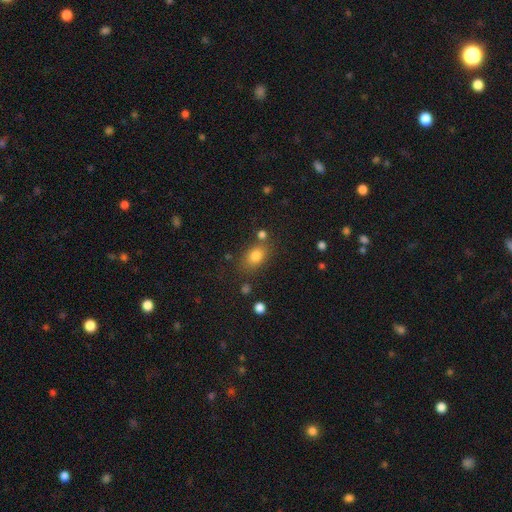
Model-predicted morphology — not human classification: Smooth or featured? smooth (80%)
How rounded? in between (75%)
Merging? none (72%)